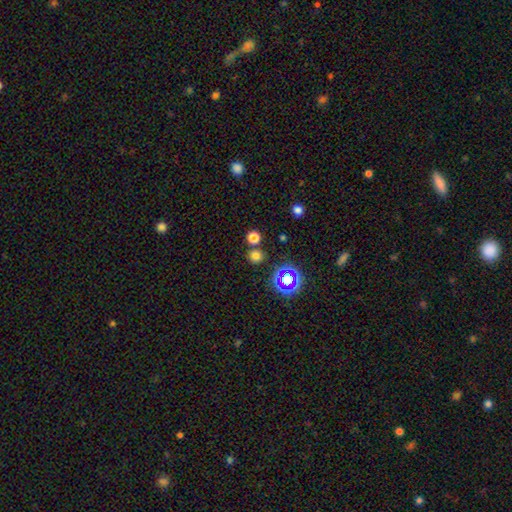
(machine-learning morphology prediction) smooth-or-featured: smooth: 70% | star or artifact: 24% | featured or disk: 6%
  how-rounded: round: 91% | in between: 8% | cigar-shaped: 1%
  merging: none: 79% | merger: 12% | minor disturbance: 7% | major disturbance: 3%